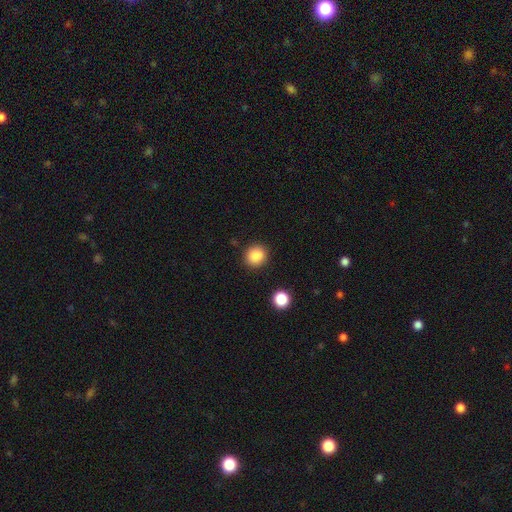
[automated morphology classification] type=smooth (86%); roundness=round (88%); merging=none (88%).